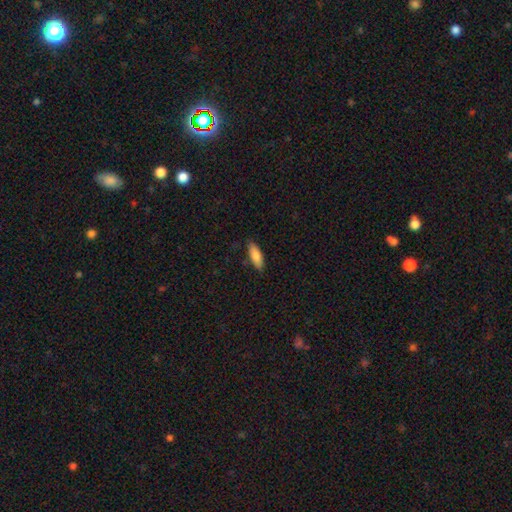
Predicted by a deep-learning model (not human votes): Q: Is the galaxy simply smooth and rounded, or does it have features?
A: smooth — 83%.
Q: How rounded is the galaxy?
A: in between — 62%.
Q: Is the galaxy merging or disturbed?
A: none — 83%.